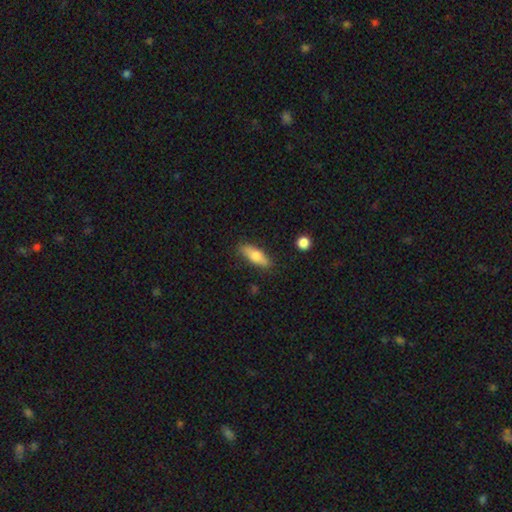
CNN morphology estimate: A smooth galaxy with no disk features (67%) that is in between round and cigar-shaped (57%). Merging: none (79%).